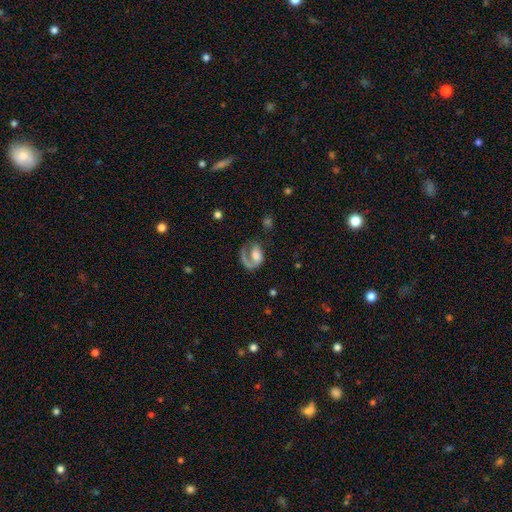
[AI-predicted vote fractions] Overall: featured or disk (64%; smooth 29%). Edge-on disk: no (98%). Bar: no (72%). Spiral arms: yes (80%). Bulge size: moderate (30%; large 25%). Merging: major disturbance (42%; none 37%).